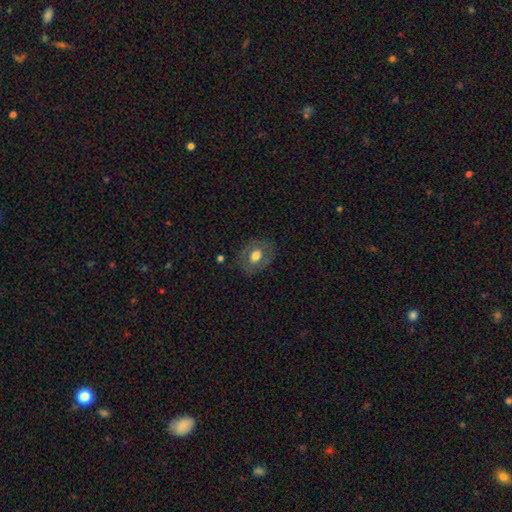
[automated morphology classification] Smooth or featured? Predicted: smooth (p=0.59). How rounded? Predicted: in between (p=0.56). Merging? Predicted: none (p=0.79).